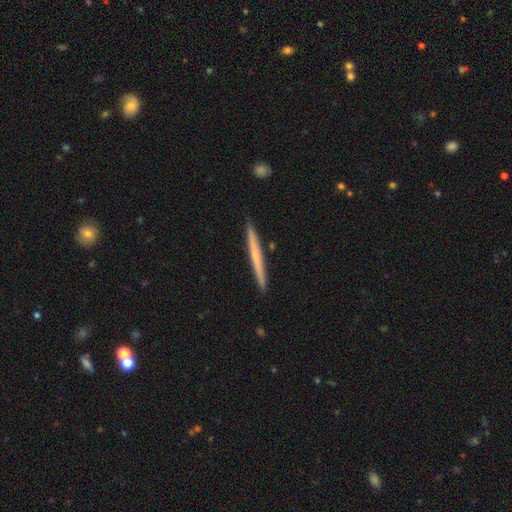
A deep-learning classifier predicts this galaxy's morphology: Overall: smooth (50%; featured or disk 44%). How rounded: cigar-shaped (97%). Merging: none (92%).